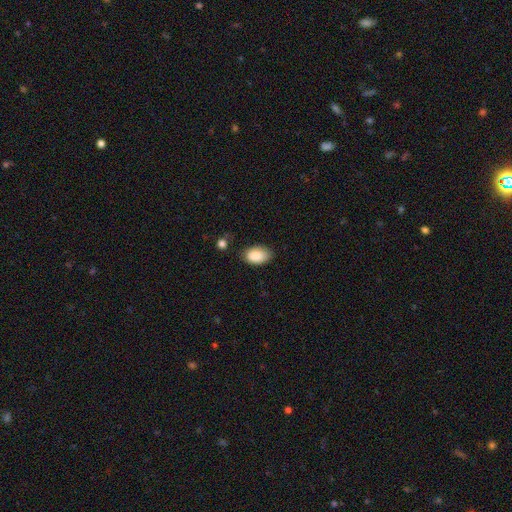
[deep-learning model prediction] smooth-or-featured: smooth: 87% | star or artifact: 7% | featured or disk: 6%
  how-rounded: in between: 91% | round: 7% | cigar-shaped: 1%
  merging: none: 71% | minor disturbance: 21% | major disturbance: 4% | merger: 3%